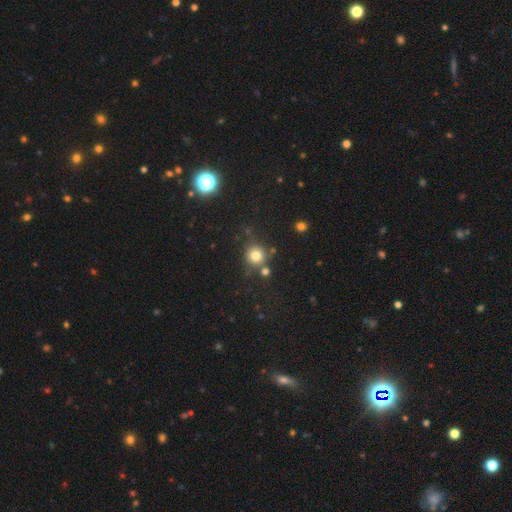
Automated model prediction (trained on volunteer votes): Smooth or featured?
  - smooth: 77% *
  - star or artifact: 15%
  - featured or disk: 7%
How rounded?
  - round: 91% *
  - in between: 8%
  - cigar-shaped: 1%
Merging?
  - none: 74% *
  - merger: 11%
  - minor disturbance: 11%
  - major disturbance: 4%